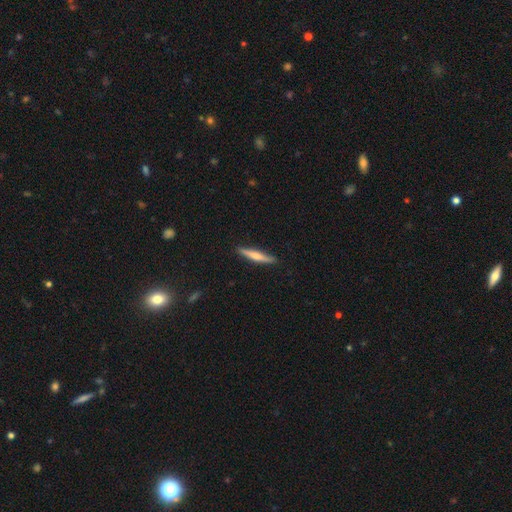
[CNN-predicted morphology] type=smooth (52%); roundness=cigar-shaped (93%); merging=none (90%).